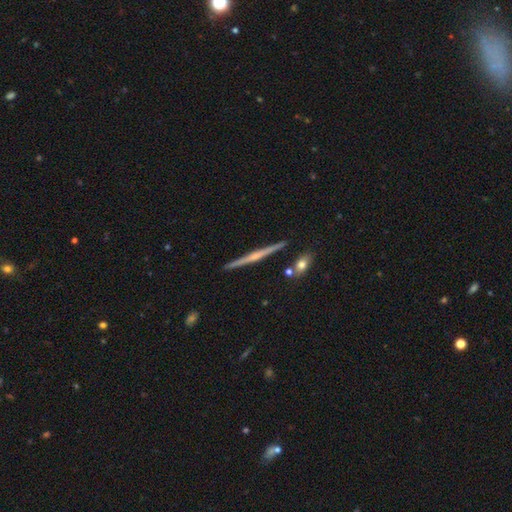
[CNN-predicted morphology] The model was most divided on "edge-on bulge": rounded: 62%, none: 28%, boxy: 10%. More confident: edge-on disk — yes (98%); merging — none (90%); smooth or featured — featured or disk (76%).